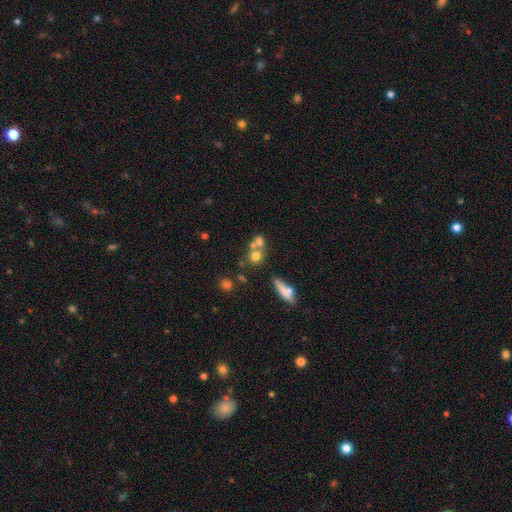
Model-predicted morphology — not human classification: This appears to be a smooth galaxy with no disk features (66%) that is round (80%). Merging: merger (47%).